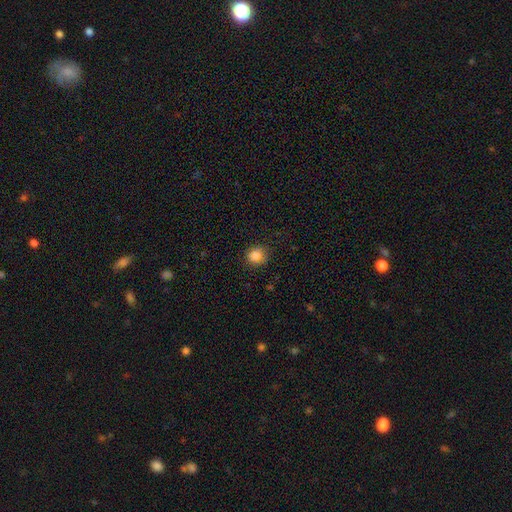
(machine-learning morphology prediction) The model was most divided on "how rounded": round: 87%, in between: 12%, cigar-shaped: 1%. More confident: merging — none (88%); smooth or featured — smooth (85%).